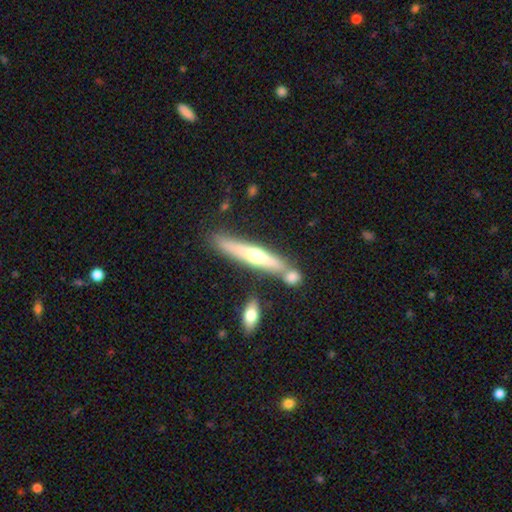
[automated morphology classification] Smooth or featured? featured or disk (55%)
Edge-on disk? yes (92%)
Edge-on bulge? rounded (87%)
Merging? none (66%)